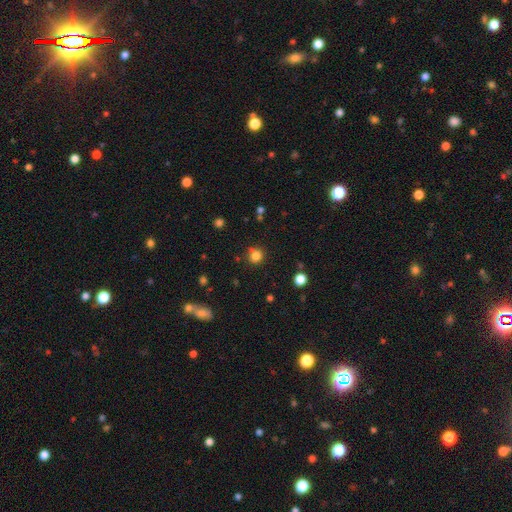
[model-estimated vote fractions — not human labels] smooth-or-featured: smooth: 81% | star or artifact: 14% | featured or disk: 5%
  how-rounded: round: 89% | in between: 10% | cigar-shaped: 1%
  merging: none: 77% | minor disturbance: 13% | merger: 6% | major disturbance: 4%